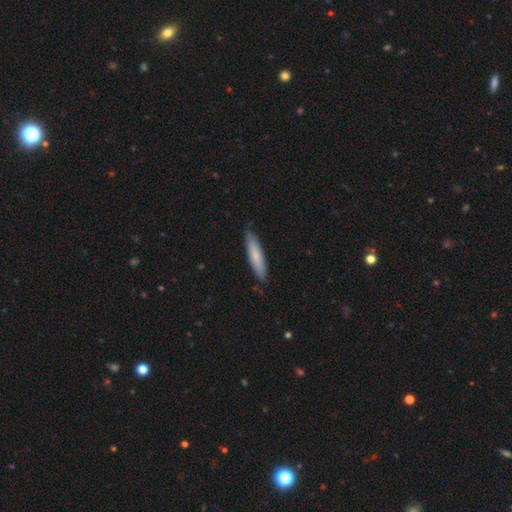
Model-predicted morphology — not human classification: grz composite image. It shows a smooth galaxy with no disk features (73%) that is cigar-shaped (83%). Merging: none (84%).